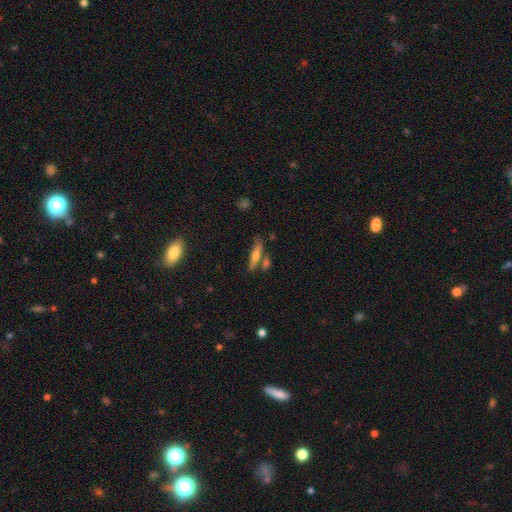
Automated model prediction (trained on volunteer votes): smooth_or_featured: smooth (p=0.55) [alt: featured or disk p=0.36]
how_rounded: cigar-shaped (p=0.79) [alt: in between p=0.18]
merging: none (p=0.63) [alt: merger p=0.19]